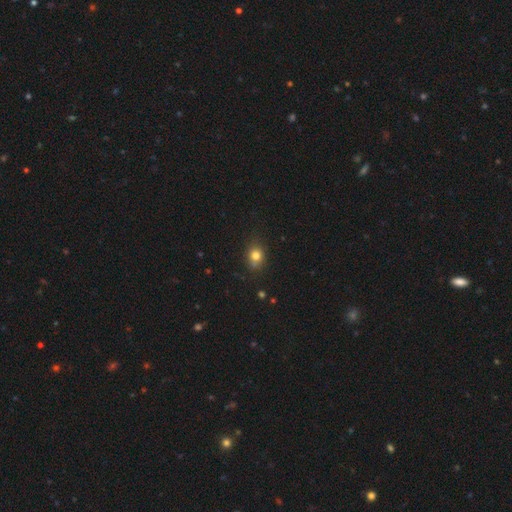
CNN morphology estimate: A smooth galaxy with no disk features (79%) that is round (62%).

Vote fractions:
- Smooth or featured? smooth: 79% / star or artifact: 13% / featured or disk: 9%
- How rounded? round: 62% / in between: 37% / cigar-shaped: 1%
- Merging? none: 73% / minor disturbance: 18% / merger: 5% / major disturbance: 4%